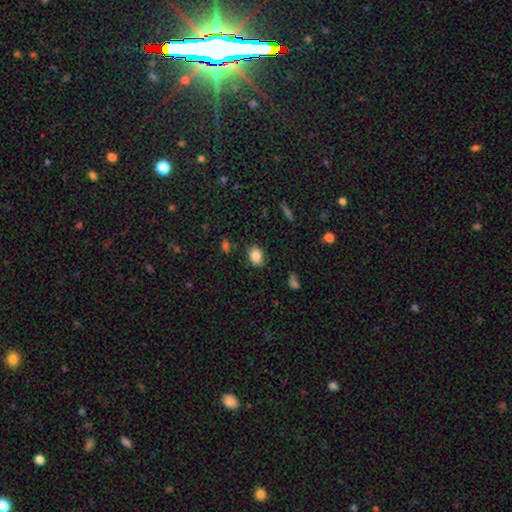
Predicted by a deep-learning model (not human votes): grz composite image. It shows a smooth galaxy with no disk features (86%) that is in between round and cigar-shaped (72%). Merging: none (84%).